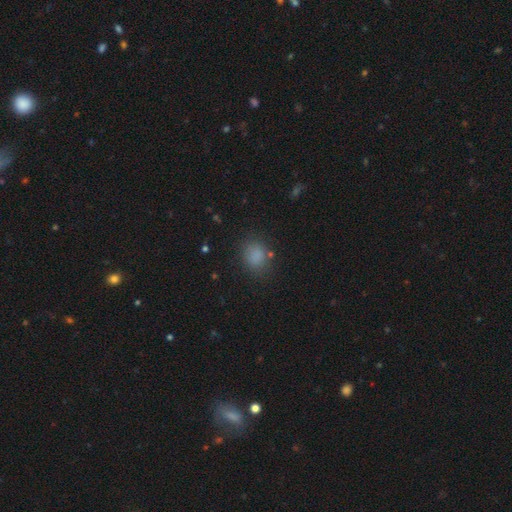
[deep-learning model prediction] This is clearly a smooth galaxy (82%). How rounded: likely round (61%). Merging: likely none (78%).